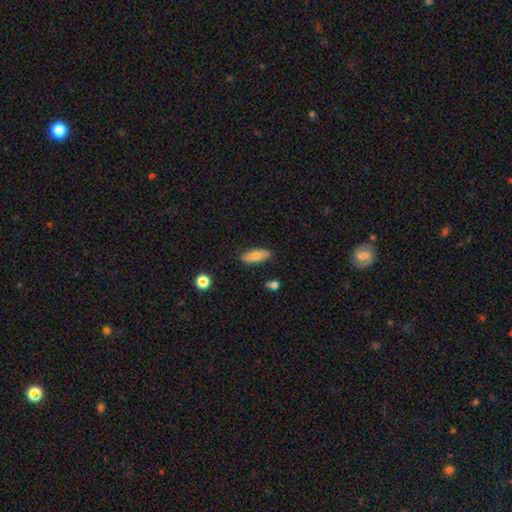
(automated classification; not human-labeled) Overall: smooth (72%). How rounded: in between (69%). Merging: none (85%).